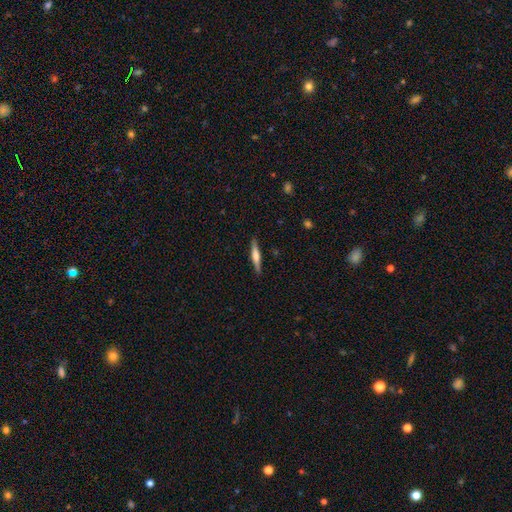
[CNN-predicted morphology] Overall: featured or disk (51%; smooth 43%). Edge-on disk: yes (97%). Merging: none (89%).